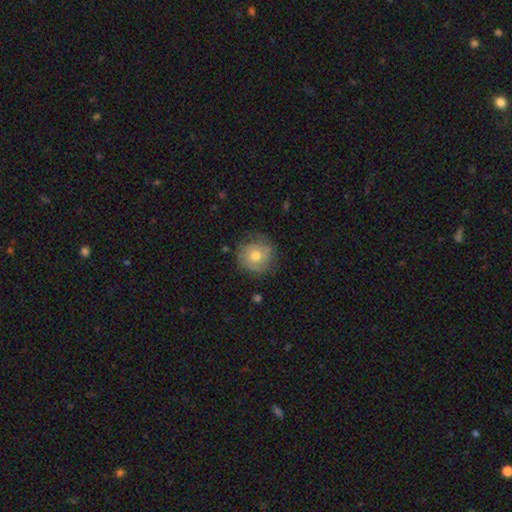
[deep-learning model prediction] Smooth or featured? smooth (60%)
How rounded? round (92%)
Merging? none (75%)